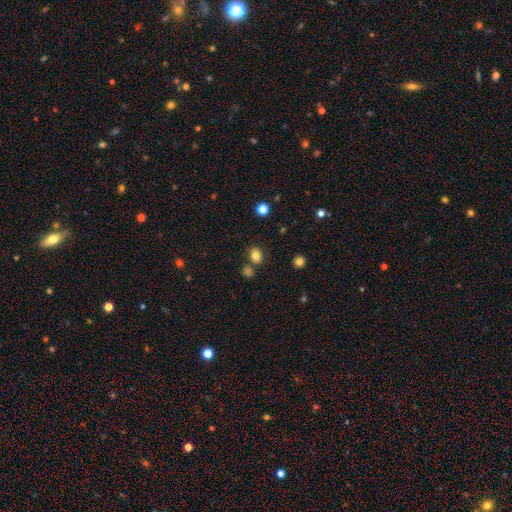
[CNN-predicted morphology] type=smooth (81%); roundness=in between (52%); merging=none (75%).